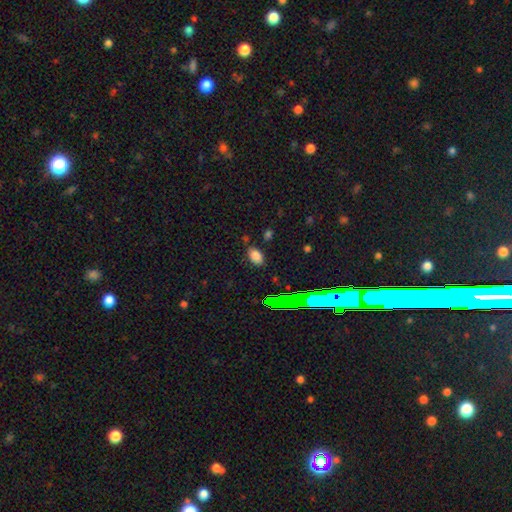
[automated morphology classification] Q: Smooth or featured?
A: smooth (78%); runner-up: star or artifact (16%)
Q: How rounded?
A: in between (89%); runner-up: round (9%)
Q: Merging?
A: none (80%); runner-up: minor disturbance (13%)